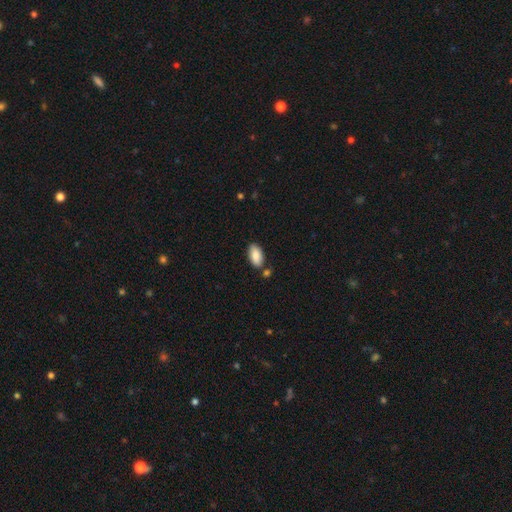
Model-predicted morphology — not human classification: type=smooth (86%); roundness=in between (93%); merging=none (76%).